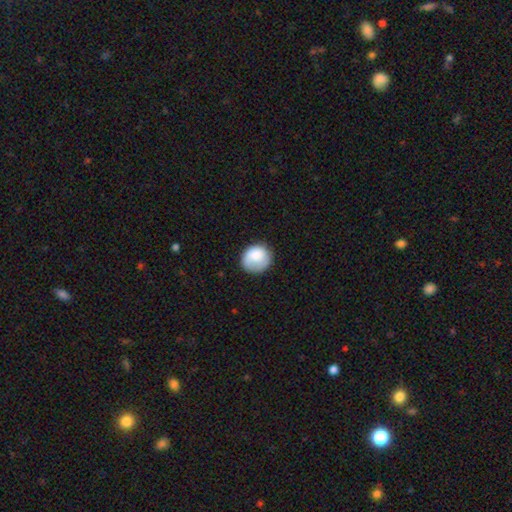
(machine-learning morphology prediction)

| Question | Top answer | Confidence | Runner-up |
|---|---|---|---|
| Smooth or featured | smooth | 82% | featured or disk (11%) |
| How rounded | round | 82% | in between (17%) |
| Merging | none | 70% | minor disturbance (21%) |